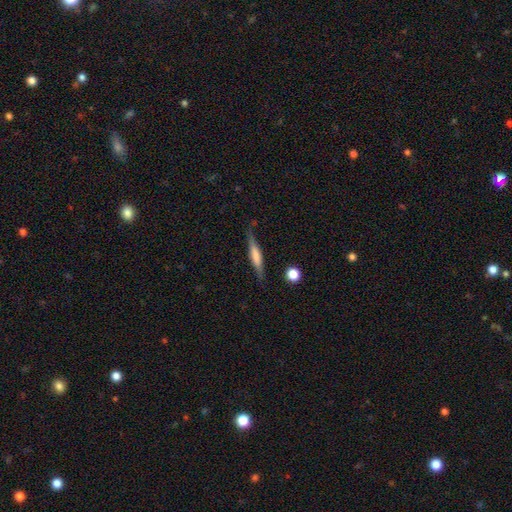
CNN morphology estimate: A smooth galaxy with no disk features (47%, tied with featured or disk). Merging: none (79%).